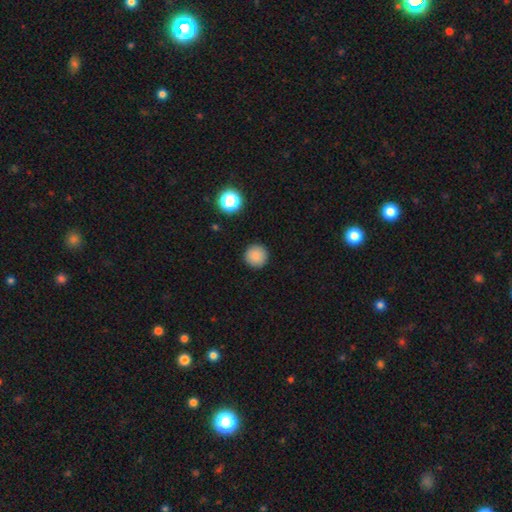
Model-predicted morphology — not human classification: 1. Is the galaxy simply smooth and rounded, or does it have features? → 85% smooth, 11% star or artifact, 4% featured or disk.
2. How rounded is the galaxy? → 96% round, 3% in between, 1% cigar-shaped.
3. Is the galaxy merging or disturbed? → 92% none, 5% minor disturbance, 2% major disturbance, 1% merger.